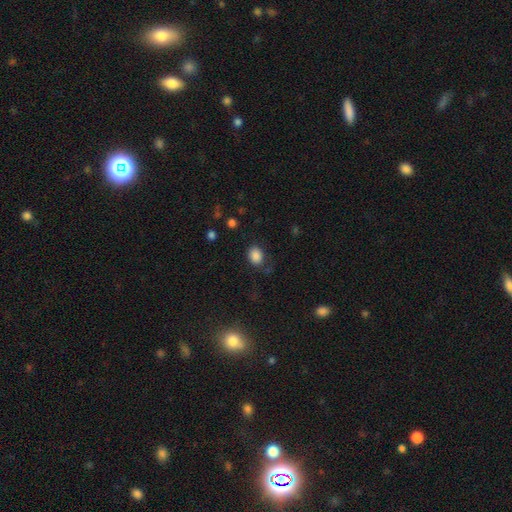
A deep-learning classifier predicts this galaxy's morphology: Q: Smooth or featured?
A: smooth (85%); runner-up: star or artifact (10%)
Q: How rounded?
A: in between (64%); runner-up: round (35%)
Q: Merging?
A: none (74%); runner-up: minor disturbance (17%)